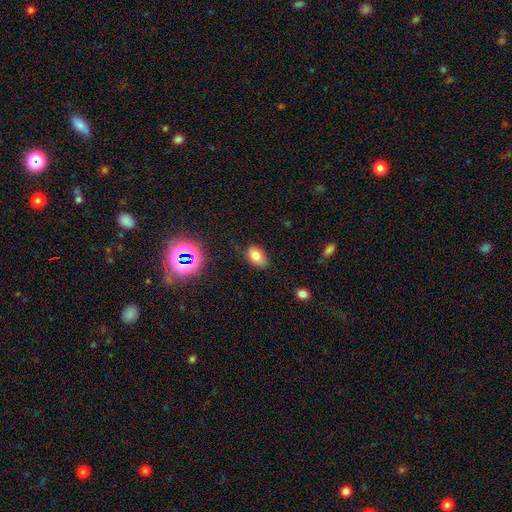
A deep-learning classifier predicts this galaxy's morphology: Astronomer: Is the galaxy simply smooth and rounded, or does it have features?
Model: smooth — 78%.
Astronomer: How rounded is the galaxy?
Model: in between — 87%.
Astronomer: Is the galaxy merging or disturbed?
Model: none — 80%.